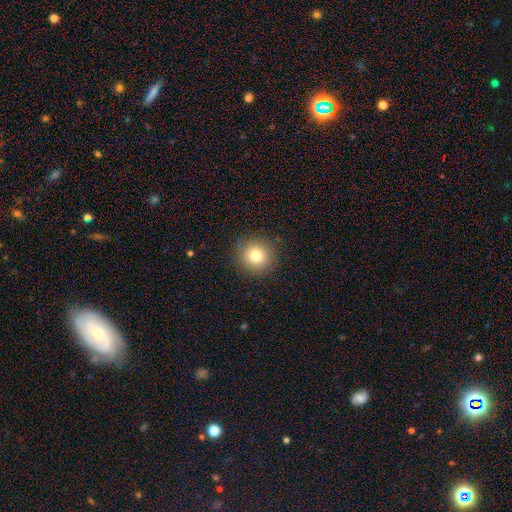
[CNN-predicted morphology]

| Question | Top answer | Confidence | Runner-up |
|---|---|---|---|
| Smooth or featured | smooth | 79% | star or artifact (12%) |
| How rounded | round | 92% | in between (7%) |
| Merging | none | 90% | minor disturbance (6%) |